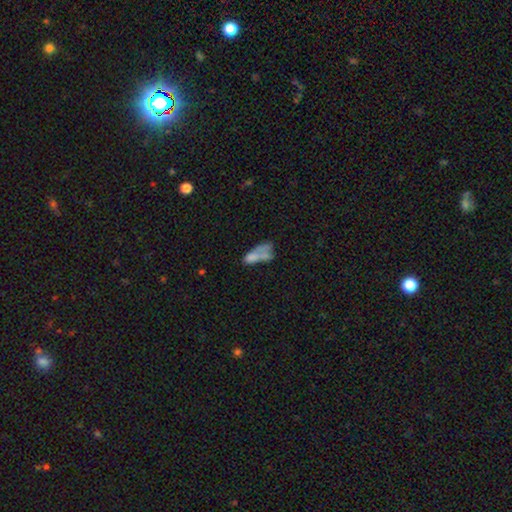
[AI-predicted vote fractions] A smooth galaxy with no disk features (59%) that is in between round and cigar-shaped (77%).

Vote fractions:
- Smooth or featured? smooth: 59% / featured or disk: 28% / star or artifact: 13%
- How rounded? in between: 77% / cigar-shaped: 17% / round: 6%
- Merging? merger: 34% / major disturbance: 26% / none: 23% / minor disturbance: 17%